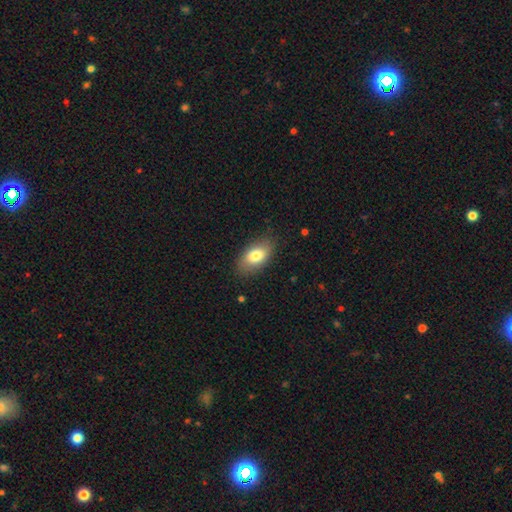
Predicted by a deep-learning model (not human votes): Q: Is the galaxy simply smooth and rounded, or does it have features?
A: smooth — 79%.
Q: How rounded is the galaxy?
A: in between — 91%.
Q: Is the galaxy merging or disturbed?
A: none — 84%.